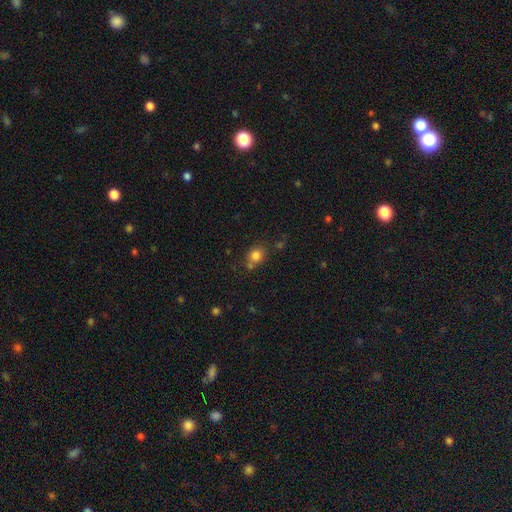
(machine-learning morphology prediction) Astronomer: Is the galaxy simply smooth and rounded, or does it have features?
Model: smooth — 81%.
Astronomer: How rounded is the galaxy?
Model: round — 71%.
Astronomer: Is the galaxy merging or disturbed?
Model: none — 61%.